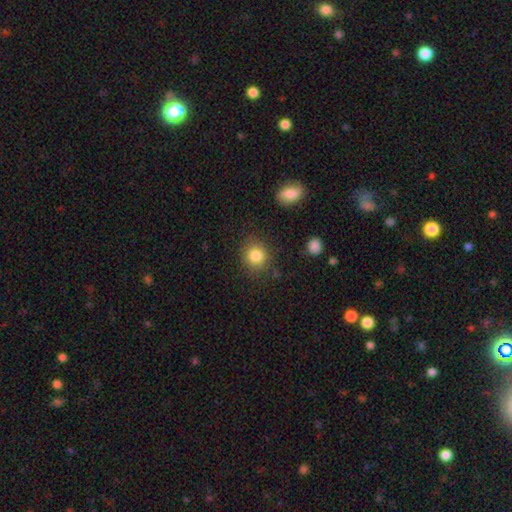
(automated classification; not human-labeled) Overall: smooth (83%). How rounded: round (85%). Merging: none (85%).